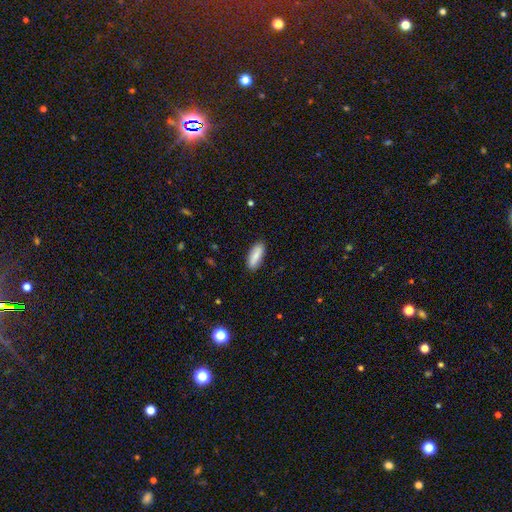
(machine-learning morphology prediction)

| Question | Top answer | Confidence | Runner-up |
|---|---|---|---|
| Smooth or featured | smooth | 84% | featured or disk (10%) |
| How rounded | in between | 70% | cigar-shaped (28%) |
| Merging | none | 87% | minor disturbance (9%) |